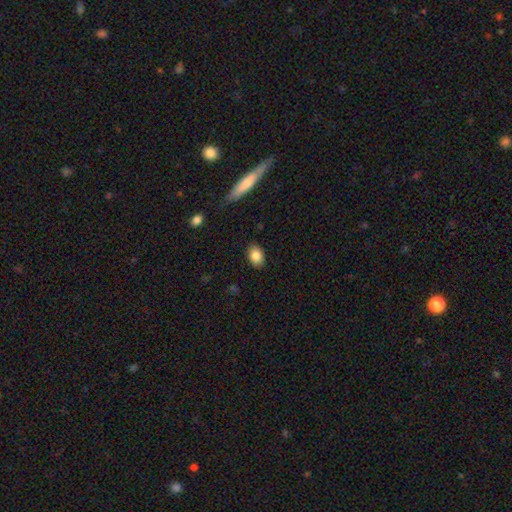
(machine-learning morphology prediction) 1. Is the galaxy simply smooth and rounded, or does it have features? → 86% smooth, 8% star or artifact, 6% featured or disk.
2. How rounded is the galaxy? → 79% in between, 19% round, 2% cigar-shaped.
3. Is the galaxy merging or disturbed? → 86% none, 10% minor disturbance, 2% major disturbance, 1% merger.